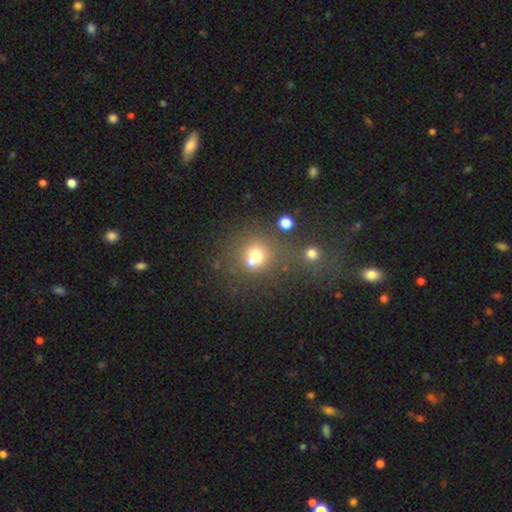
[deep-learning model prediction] A smooth galaxy with no disk features (67%) that is round (86%). Merging: none (51%).